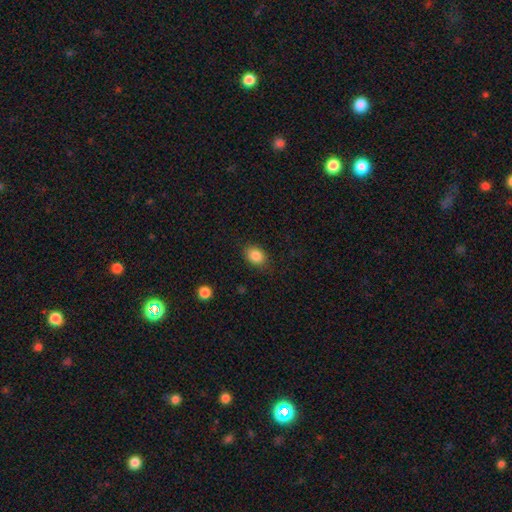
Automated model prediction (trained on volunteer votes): Overall: smooth (85%). How rounded: in between (67%; round 32%). Merging: none (83%).